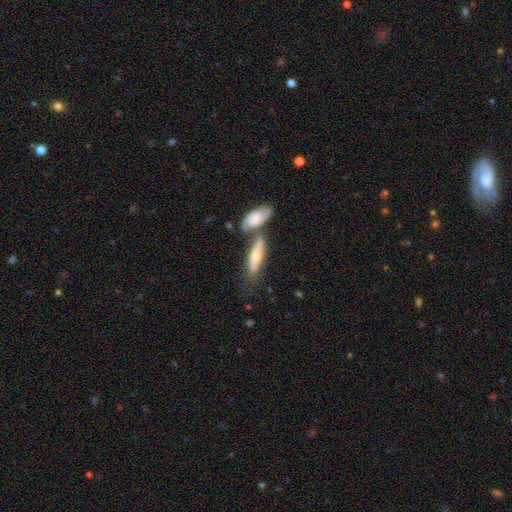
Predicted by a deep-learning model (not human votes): Smooth or featured?
  - featured or disk: 46% * (tied)
  - smooth: 46% * (tied)
  - star or artifact: 8%
Merging?
  - merger: 43% *
  - none: 39%
  - minor disturbance: 12%
  - major disturbance: 5%